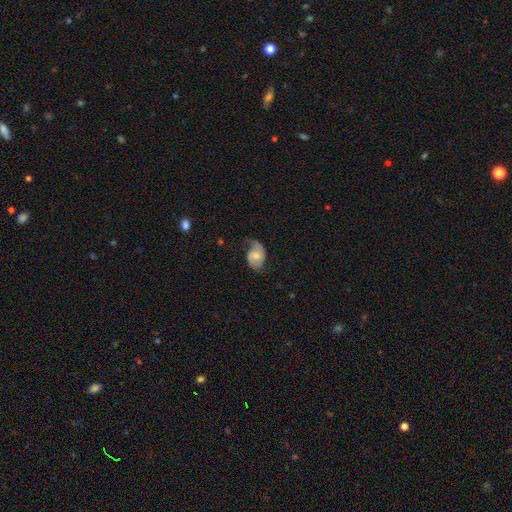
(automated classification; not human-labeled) A featured or disk galaxy (57%) with no bar (62%), spiral arms (85%) and a moderate central bulge (54%). Merging: none (46%).